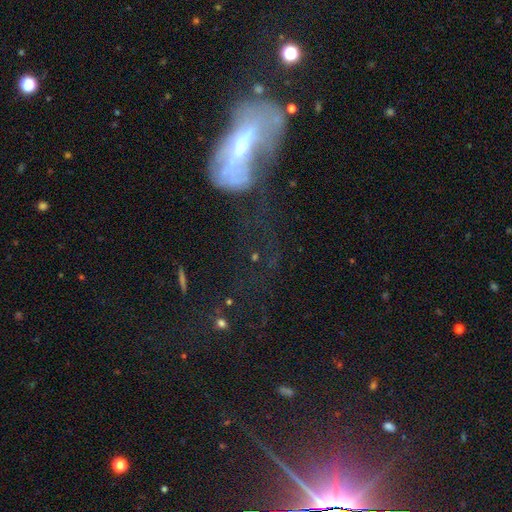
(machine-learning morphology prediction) smooth_or_featured: featured or disk (p=0.52) [alt: smooth p=0.26]
disk_edge_on: no (p=0.84) [alt: yes p=0.16]
merging: major disturbance (p=0.43) [alt: none p=0.25]